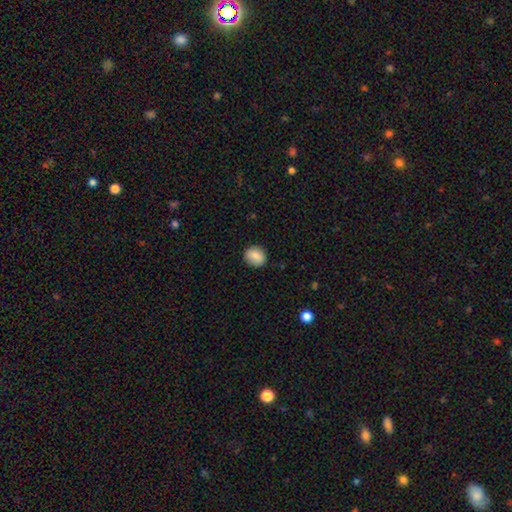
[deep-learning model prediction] A smooth galaxy with no disk features (85%) that is round (71%). Merging: none (88%).